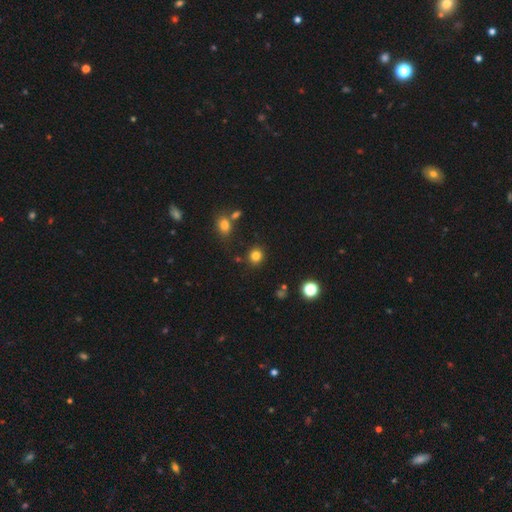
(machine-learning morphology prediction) Smooth or featured? smooth (82%)
How rounded? round (86%)
Merging? none (84%)